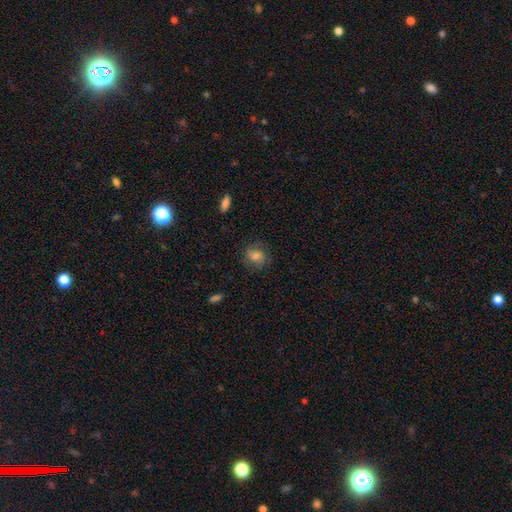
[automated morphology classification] This appears to be a smooth galaxy with no disk features (63%) that is round (66%). Merging: none (75%).